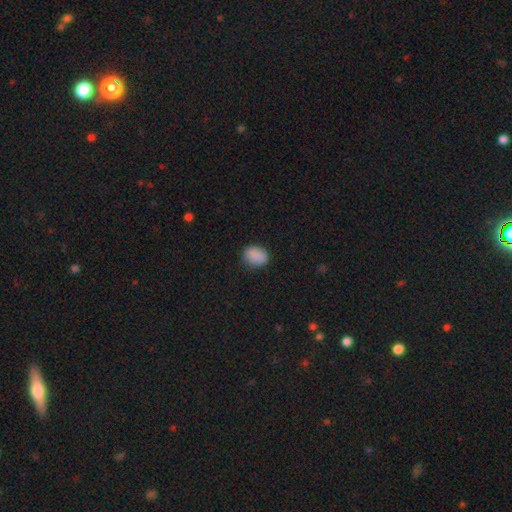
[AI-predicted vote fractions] Overall: smooth (86%). How rounded: in between (55%; round 44%). Merging: none (82%).